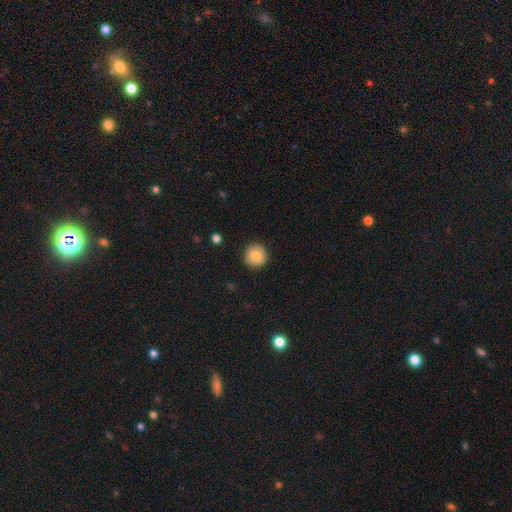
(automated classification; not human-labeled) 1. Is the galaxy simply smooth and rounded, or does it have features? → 83% smooth, 9% featured or disk, 8% star or artifact.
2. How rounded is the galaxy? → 94% round, 5% in between, 1% cigar-shaped.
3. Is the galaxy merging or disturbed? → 91% none, 6% minor disturbance, 2% major disturbance, 1% merger.